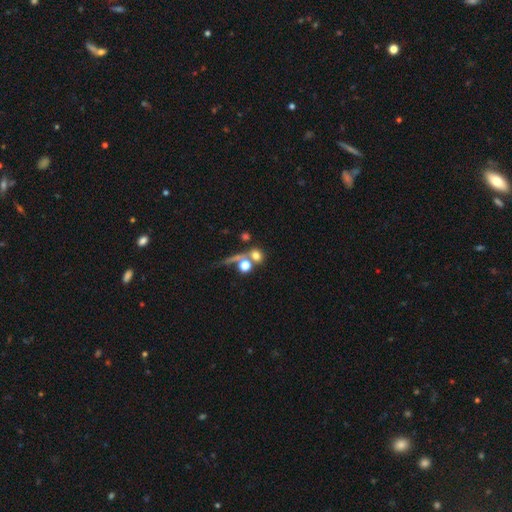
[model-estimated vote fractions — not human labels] Smooth or featured: smooth — 67% (star or artifact — 19%)
How rounded: round — 79% (in between — 18%)
Merging: none — 51% (merger — 33%)